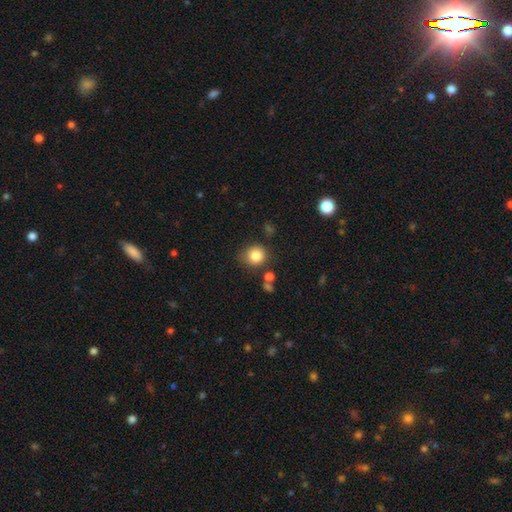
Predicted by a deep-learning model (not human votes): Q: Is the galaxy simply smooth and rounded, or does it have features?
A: smooth — 84%.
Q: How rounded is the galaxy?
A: round — 83%.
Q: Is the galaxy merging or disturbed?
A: none — 75%.